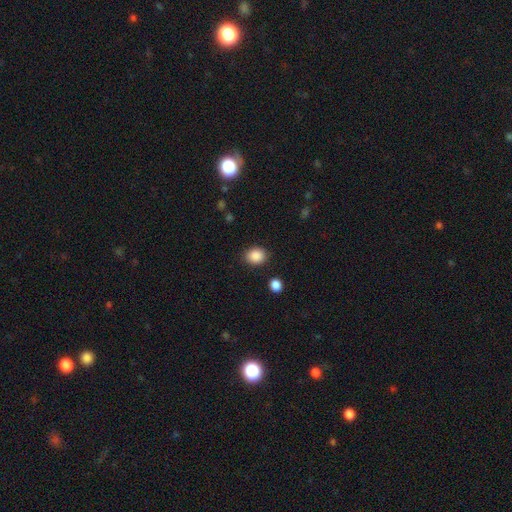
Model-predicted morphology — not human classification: Overall: smooth (88%). How rounded: round (57%; in between 42%). Merging: none (86%).